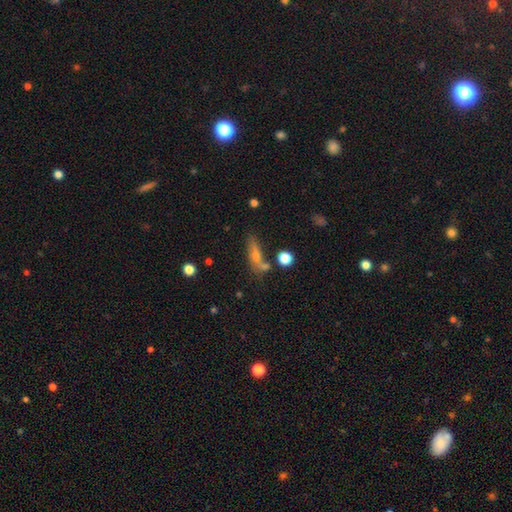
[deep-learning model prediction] The model was most divided on "smooth or featured": smooth: 50%, featured or disk: 37%, star or artifact: 14%. More confident: merging — none (55%).